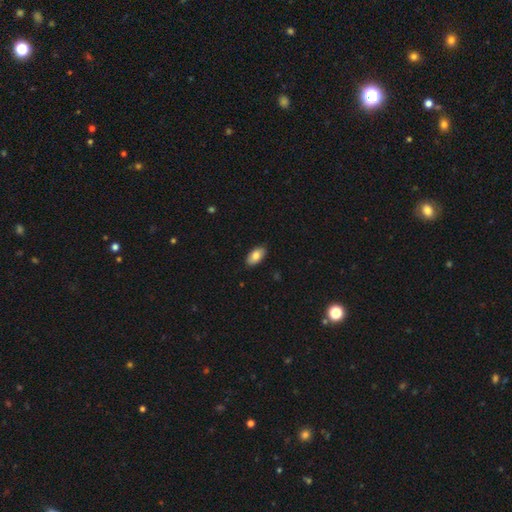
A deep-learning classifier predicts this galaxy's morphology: smooth 83%, featured or disk 11%, star or artifact 6%. Down the decision tree: how rounded — in between (94%); merging — none (88%).